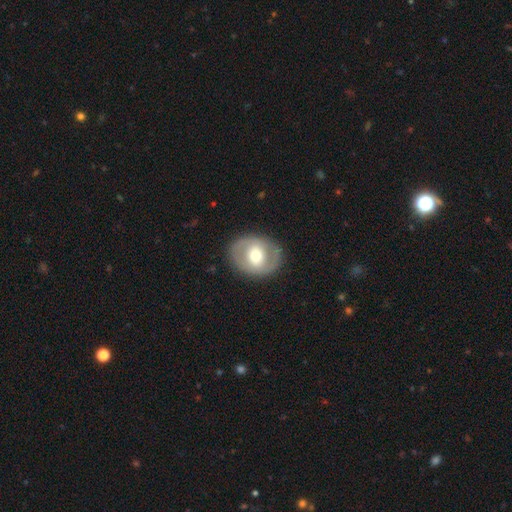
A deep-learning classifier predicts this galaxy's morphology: Smooth or featured? Predicted: featured or disk (p=0.50). Merging? Predicted: none (p=0.84).